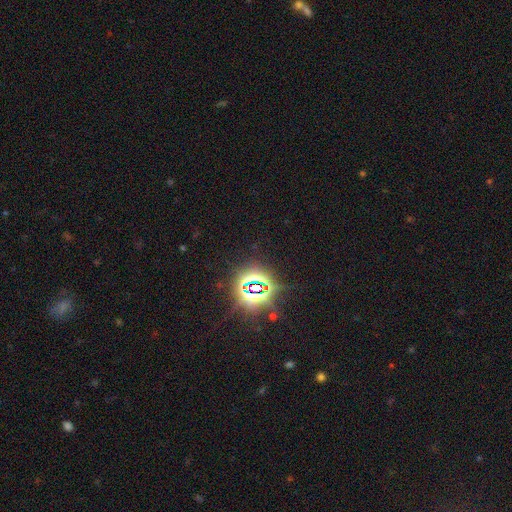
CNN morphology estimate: Smooth or featured?
  - star or artifact: 83% *
  - smooth: 10%
  - featured or disk: 7%